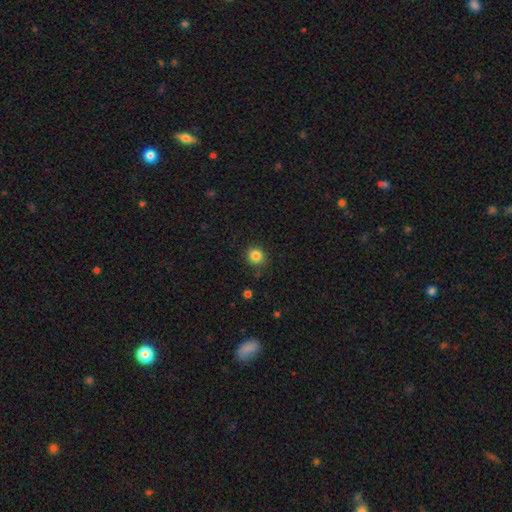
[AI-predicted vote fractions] This appears to be a smooth galaxy with no disk features (84%) that is round (88%). Merging: none (86%).